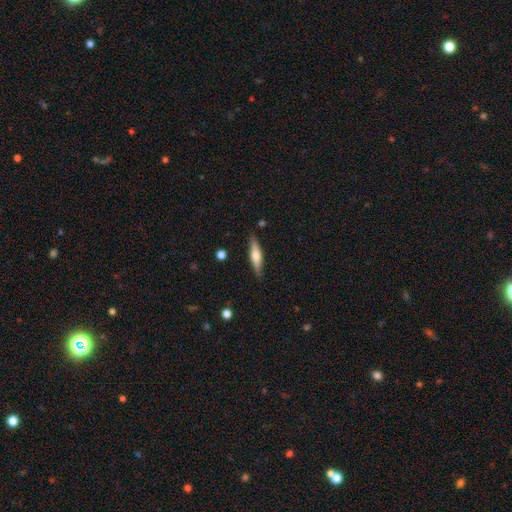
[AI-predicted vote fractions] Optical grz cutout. It shows a smooth galaxy with no disk features (51%) that is cigar-shaped (76%). Merging: none (87%).